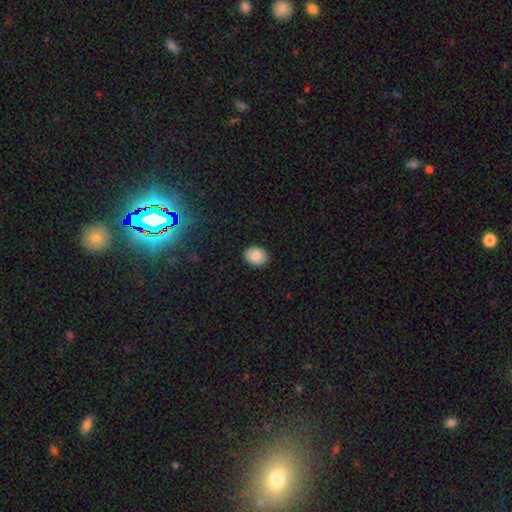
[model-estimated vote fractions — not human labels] Q: Smooth or featured?
A: smooth (83%); runner-up: featured or disk (9%)
Q: How rounded?
A: in between (60%); runner-up: round (39%)
Q: Merging?
A: none (89%); runner-up: minor disturbance (8%)